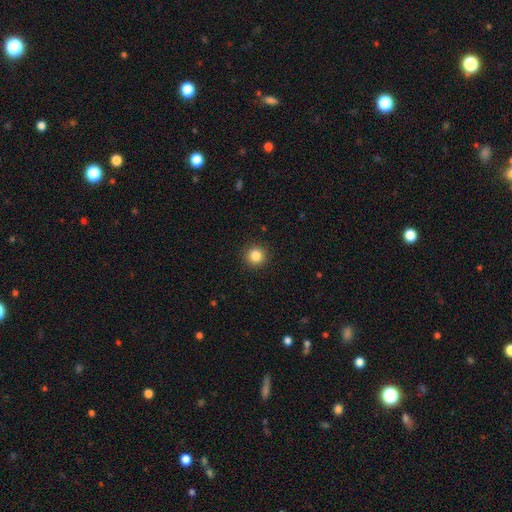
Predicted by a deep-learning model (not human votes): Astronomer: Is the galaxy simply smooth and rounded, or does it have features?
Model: smooth — 84%.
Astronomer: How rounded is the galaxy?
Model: round — 95%.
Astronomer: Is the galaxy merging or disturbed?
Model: none — 92%.